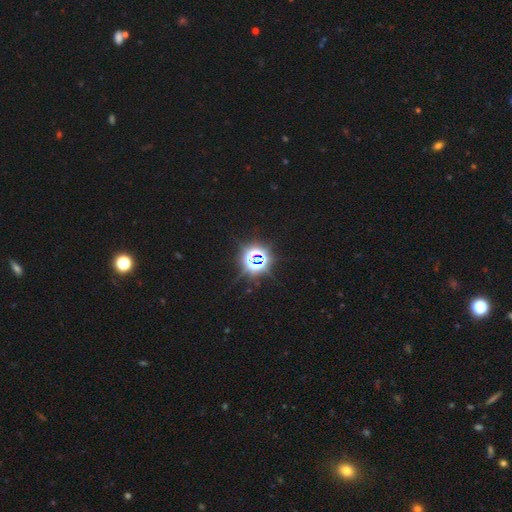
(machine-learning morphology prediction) Overall: star or artifact (80%).